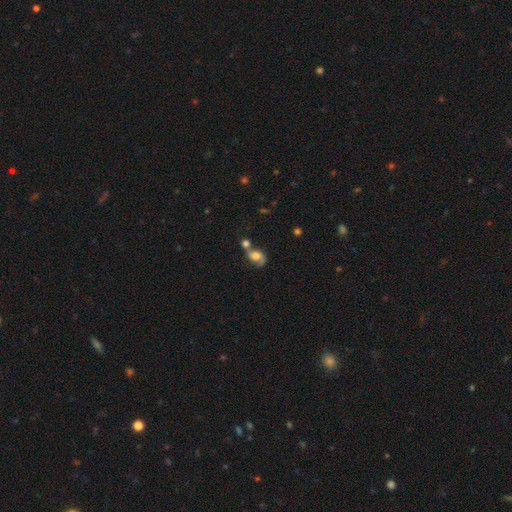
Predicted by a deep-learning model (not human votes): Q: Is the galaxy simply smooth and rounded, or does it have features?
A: featured or disk — 52%.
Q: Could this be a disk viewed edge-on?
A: no — 96%.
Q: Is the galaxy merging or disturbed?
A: merger — 43%.